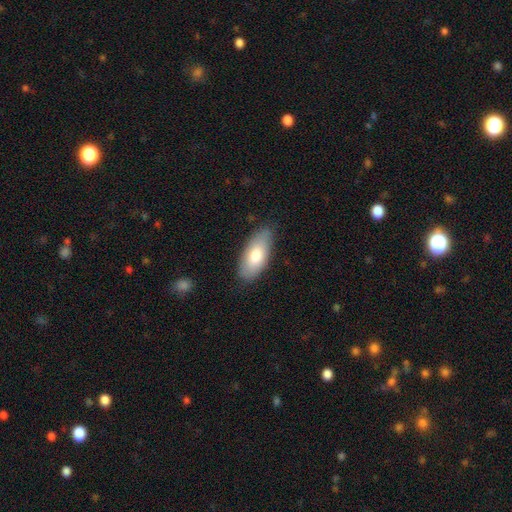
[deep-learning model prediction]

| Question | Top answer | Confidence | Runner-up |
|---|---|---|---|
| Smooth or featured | smooth | 76% | featured or disk (18%) |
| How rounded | in between | 88% | cigar-shaped (9%) |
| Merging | none | 81% | minor disturbance (15%) |